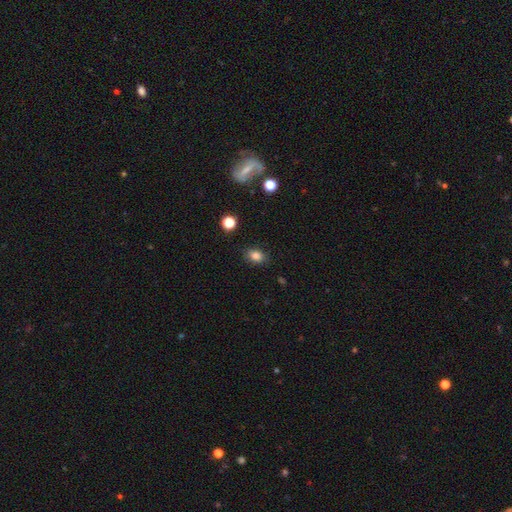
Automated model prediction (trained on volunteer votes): smooth-or-featured: smooth: 83% | star or artifact: 11% | featured or disk: 6%
  how-rounded: in between: 70% | round: 29% | cigar-shaped: 1%
  merging: none: 86% | minor disturbance: 10% | major disturbance: 3% | merger: 1%